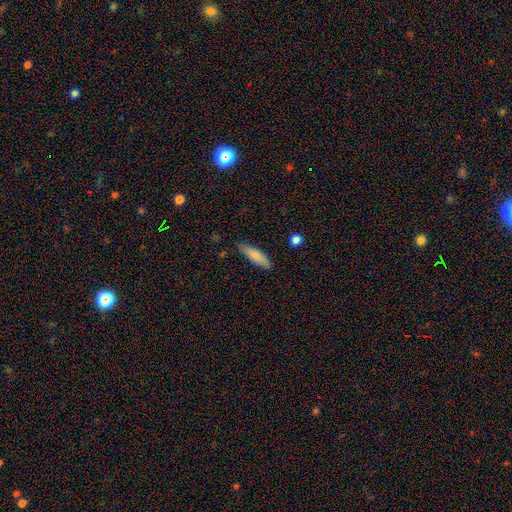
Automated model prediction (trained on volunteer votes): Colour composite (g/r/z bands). It shows a smooth galaxy with no disk features (79%) that is cigar-shaped (56%). Merging: none (79%).